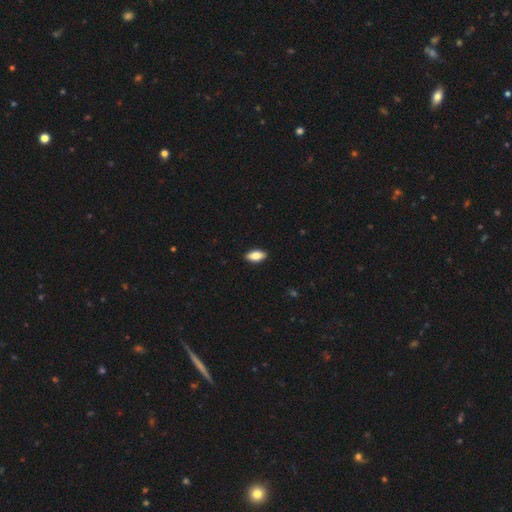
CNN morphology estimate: smooth_or_featured: smooth (p=0.83) [alt: featured or disk p=0.11]
how_rounded: in between (p=0.89) [alt: cigar-shaped p=0.08]
merging: none (p=0.90) [alt: minor disturbance p=0.08]